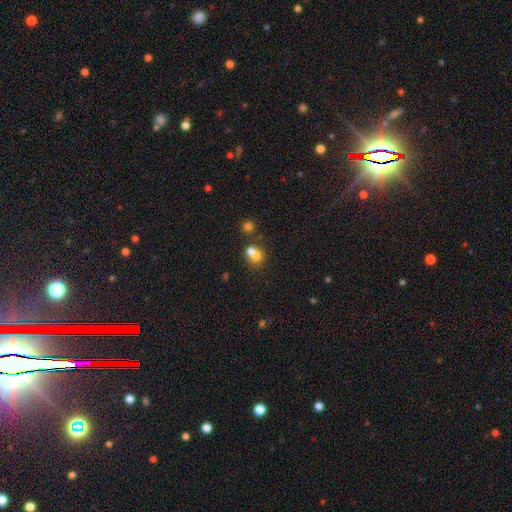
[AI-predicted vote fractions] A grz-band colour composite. It shows a smooth galaxy with no disk features (68%) that is round (73%). Merging: merger (59%).